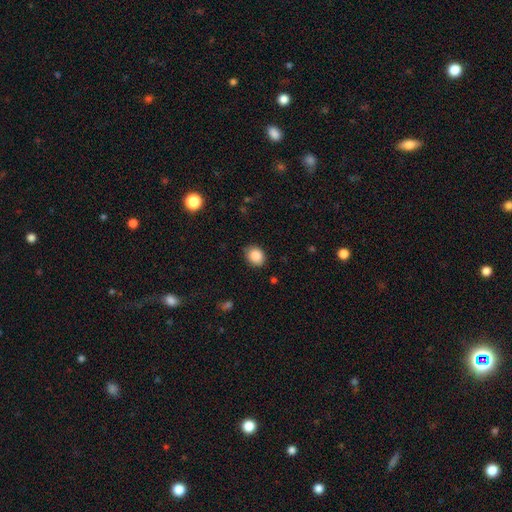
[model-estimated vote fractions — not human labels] Smooth or featured? smooth (87%)
How rounded? round (51%)
Merging? none (84%)